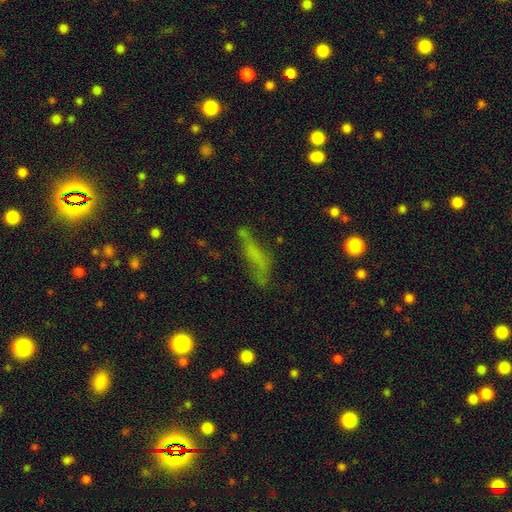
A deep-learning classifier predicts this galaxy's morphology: Q: Smooth or featured?
A: smooth (52%); runner-up: featured or disk (30%)
Q: How rounded?
A: cigar-shaped (66%); runner-up: in between (30%)
Q: Merging?
A: none (50%); runner-up: minor disturbance (24%)